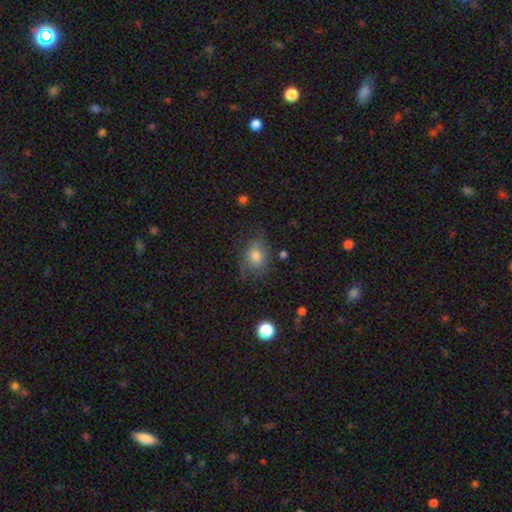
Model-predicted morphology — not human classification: Smooth or featured?
  - smooth: 74% *
  - featured or disk: 14%
  - star or artifact: 11%
How rounded?
  - in between: 65% *
  - round: 34%
  - cigar-shaped: 2%
Merging?
  - none: 66% *
  - minor disturbance: 24%
  - major disturbance: 9%
  - merger: 2%